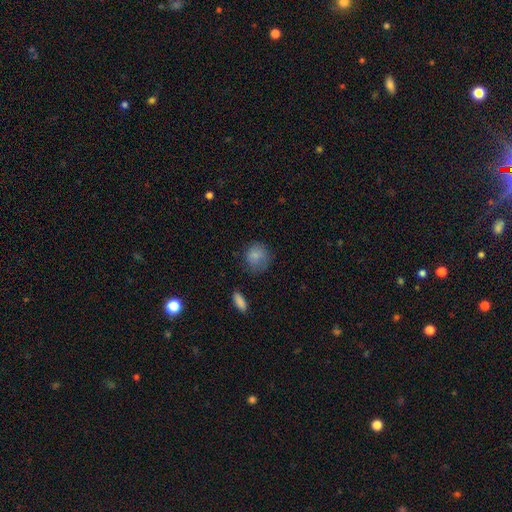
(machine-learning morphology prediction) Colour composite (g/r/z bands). It shows a smooth galaxy with no disk features (83%) that is round (82%). Merging: none (67%).